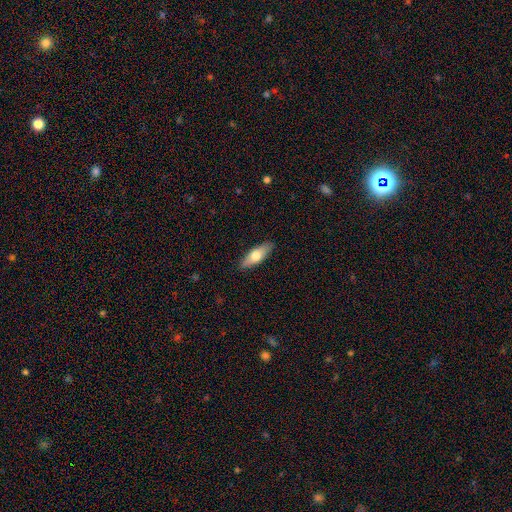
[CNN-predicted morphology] Smooth or featured: smooth — 63% (featured or disk — 32%)
How rounded: in between — 61% (cigar-shaped — 37%)
Merging: none — 88% (minor disturbance — 9%)